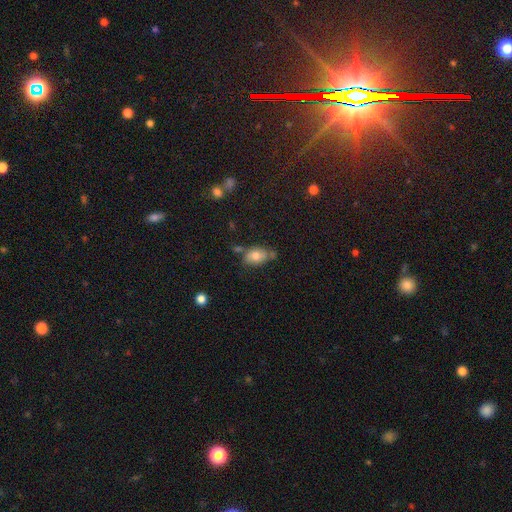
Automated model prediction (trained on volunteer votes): Q: Smooth or featured?
A: smooth (74%); runner-up: featured or disk (17%)
Q: How rounded?
A: in between (81%); runner-up: round (17%)
Q: Merging?
A: none (52%); runner-up: minor disturbance (25%)